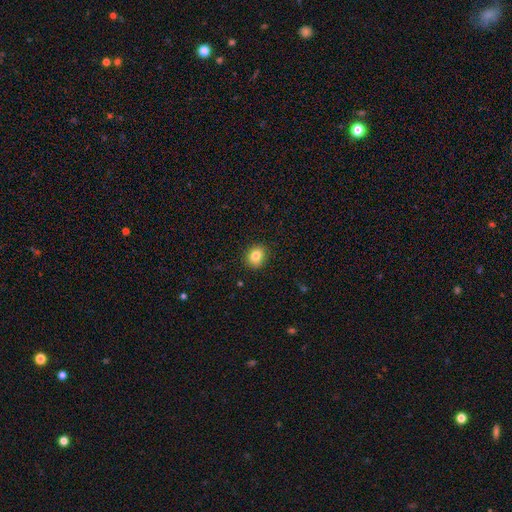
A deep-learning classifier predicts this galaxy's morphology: Q: Smooth or featured?
A: smooth (83%); runner-up: star or artifact (10%)
Q: How rounded?
A: round (65%); runner-up: in between (34%)
Q: Merging?
A: none (89%); runner-up: minor disturbance (8%)